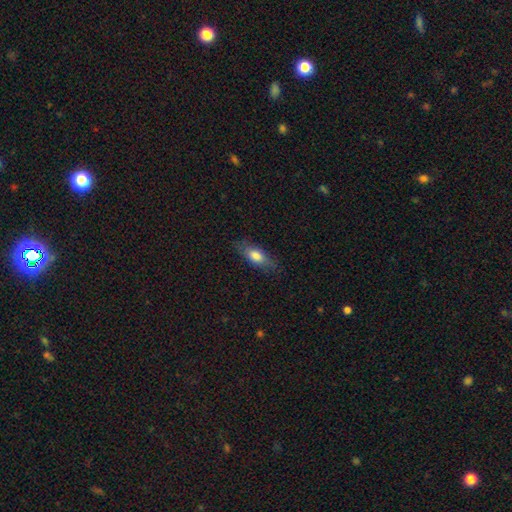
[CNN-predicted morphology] The model was most divided on "how rounded": in between: 74%, cigar-shaped: 23%, round: 3%. More confident: merging — none (78%); smooth or featured — smooth (74%).